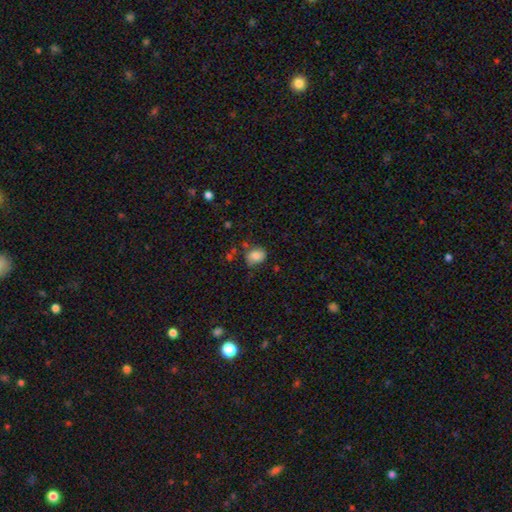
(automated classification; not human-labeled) This appears to be a smooth galaxy with no disk features (81%) that is in between round and cigar-shaped (62%). Merging: none (61%).